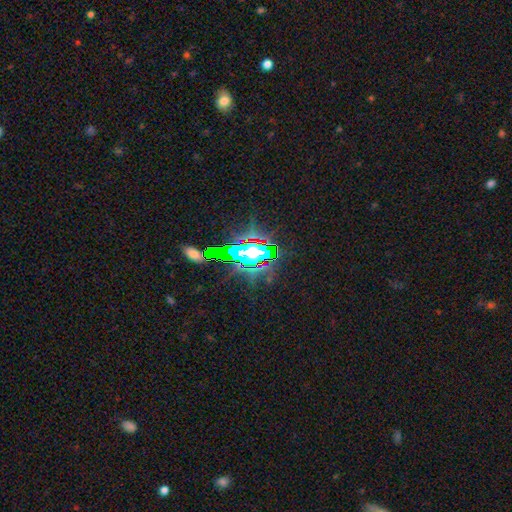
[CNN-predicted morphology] Smooth or featured? star or artifact (70%)